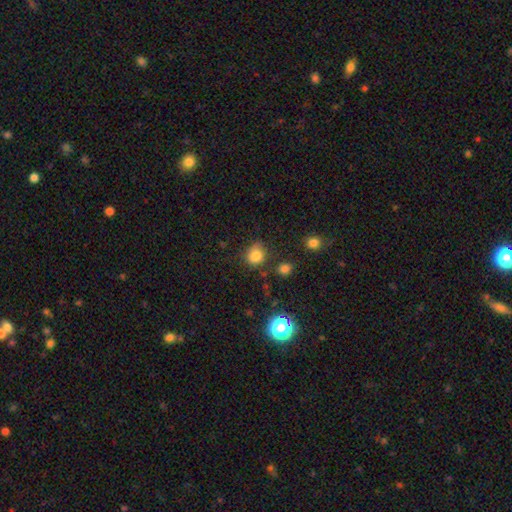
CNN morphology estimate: Q: Smooth or featured?
A: smooth (80%); runner-up: star or artifact (13%)
Q: How rounded?
A: round (72%); runner-up: in between (27%)
Q: Merging?
A: none (68%); runner-up: minor disturbance (21%)